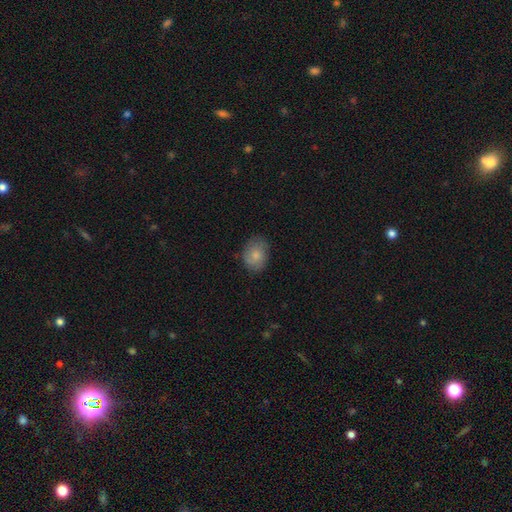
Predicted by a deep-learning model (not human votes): smooth-or-featured: smooth: 77% | featured or disk: 16% | star or artifact: 7%
  how-rounded: in between: 59% | round: 40% | cigar-shaped: 1%
  merging: none: 75% | minor disturbance: 19% | major disturbance: 4% | merger: 1%